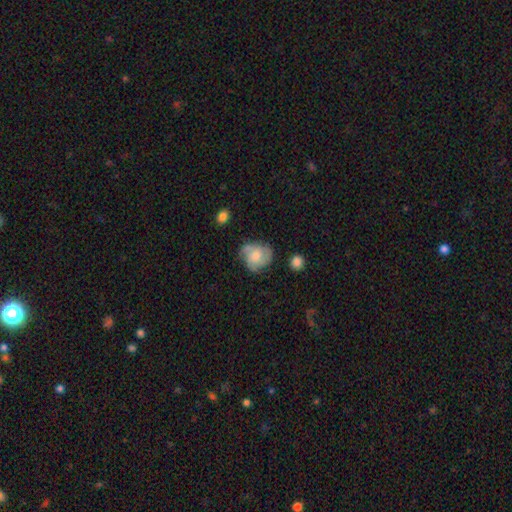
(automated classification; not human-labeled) Overall: featured or disk (53%; smooth 39%). Edge-on disk: no (98%). Bar: no (75%). Spiral arms: yes (83%). Bulge size: moderate (50%; small 41%). Merging: none (60%; minor disturbance 27%).